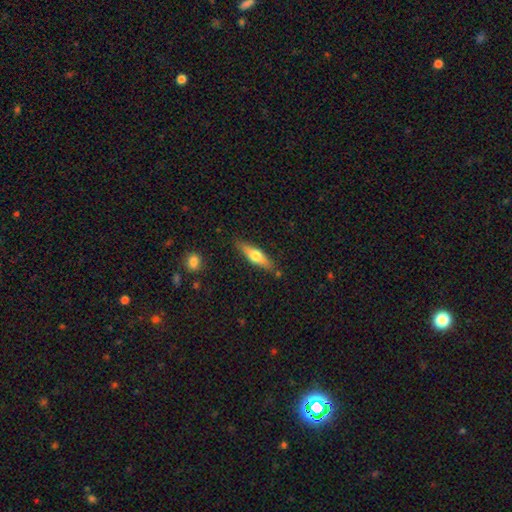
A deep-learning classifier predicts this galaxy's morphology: A smooth galaxy with no disk features (49%).

Vote fractions:
- Smooth or featured? smooth: 49% / featured or disk: 45% / star or artifact: 6%
- Merging? none: 83% / minor disturbance: 11% / merger: 3% / major disturbance: 2%